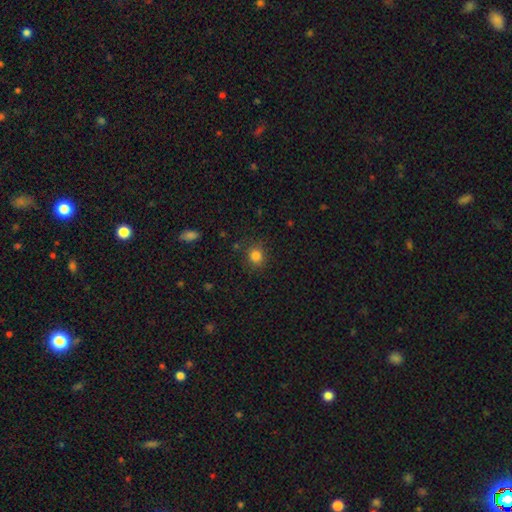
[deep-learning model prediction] This is clearly a smooth galaxy (83%). How rounded: clearly round (80%). Merging: clearly none (83%).